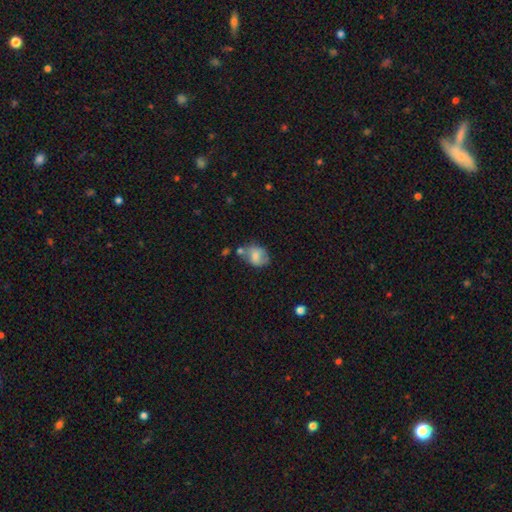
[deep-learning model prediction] Overall: smooth (63%; featured or disk 28%). How rounded: in between (59%; round 40%). Merging: none (47%; minor disturbance 26%).